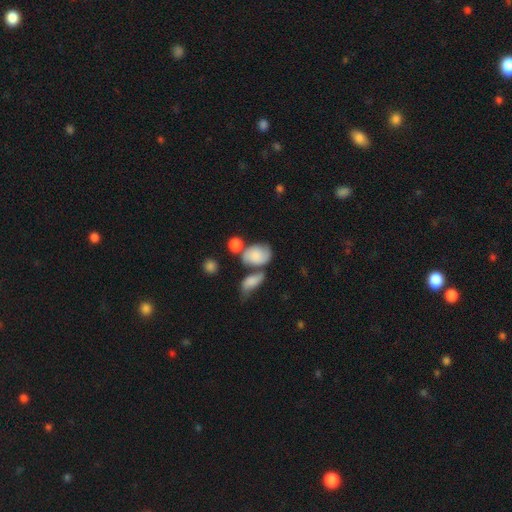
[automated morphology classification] Smooth or featured: smooth — 72% (featured or disk — 21%)
How rounded: in between — 75% (round — 24%)
Merging: none — 36% (merger — 33%)